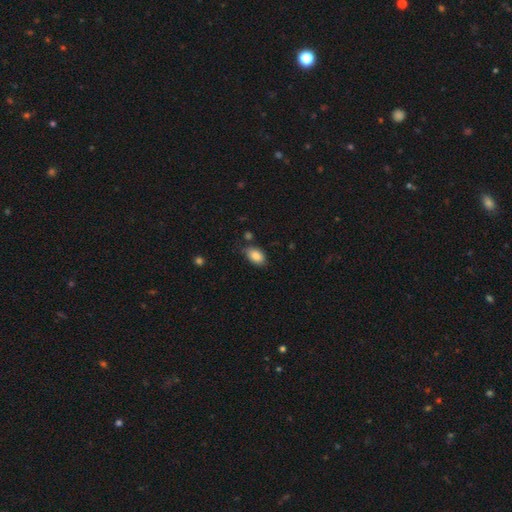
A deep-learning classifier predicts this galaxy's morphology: A smooth galaxy with no disk features (86%) that is in between round and cigar-shaped (90%). Merging: none (73%).